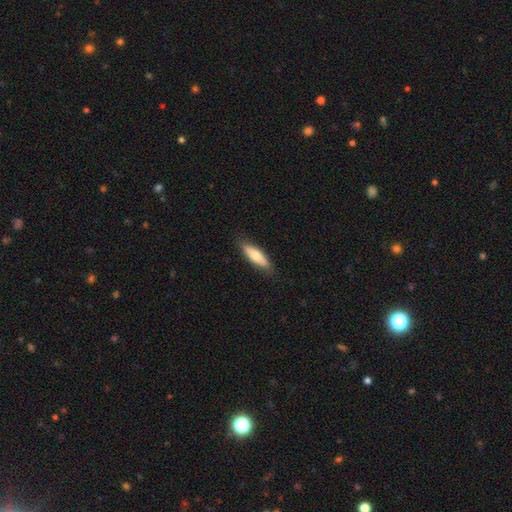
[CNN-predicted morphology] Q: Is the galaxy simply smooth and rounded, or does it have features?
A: smooth — 63%.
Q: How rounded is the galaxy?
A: in between — 50%.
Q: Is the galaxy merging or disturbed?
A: none — 83%.